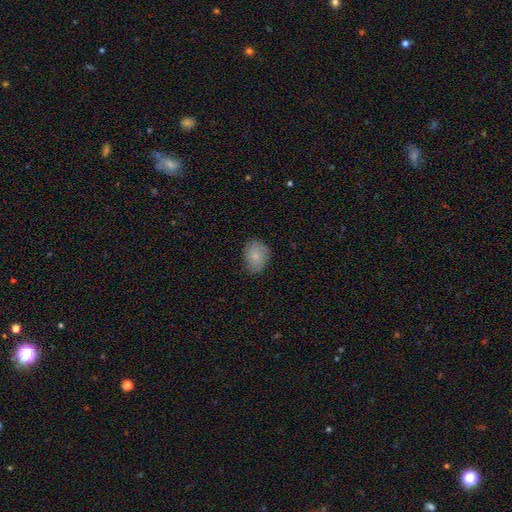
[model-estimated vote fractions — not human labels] smooth_or_featured: smooth (p=0.76) [alt: featured or disk p=0.16]
how_rounded: in between (p=0.65) [alt: round p=0.34]
merging: none (p=0.75) [alt: minor disturbance p=0.20]